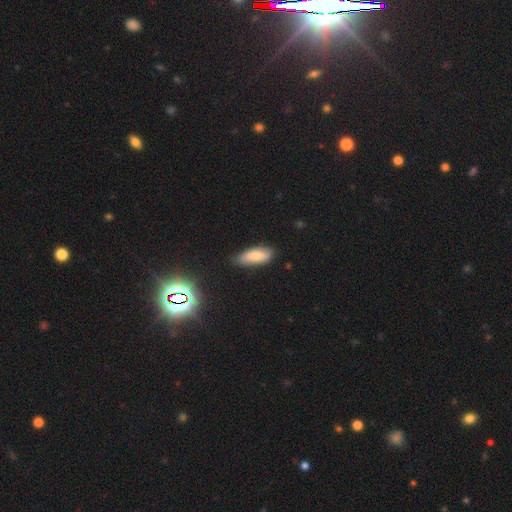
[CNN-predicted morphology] Q: Smooth or featured?
A: smooth (72%); runner-up: featured or disk (20%)
Q: How rounded?
A: in between (73%); runner-up: cigar-shaped (25%)
Q: Merging?
A: none (71%); runner-up: minor disturbance (23%)